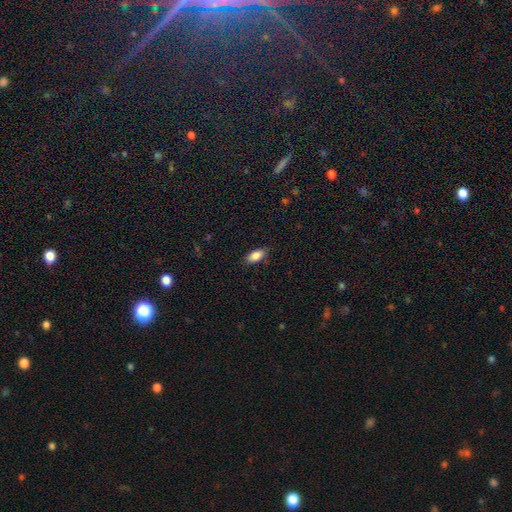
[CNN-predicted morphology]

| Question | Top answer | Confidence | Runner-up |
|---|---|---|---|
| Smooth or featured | smooth | 85% | featured or disk (8%) |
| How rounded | in between | 89% | cigar-shaped (8%) |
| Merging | none | 86% | minor disturbance (10%) |